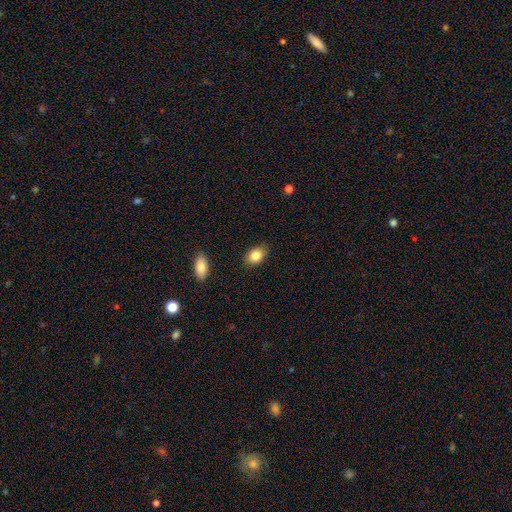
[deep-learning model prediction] A smooth galaxy with no disk features (84%) that is in between round and cigar-shaped (79%). Merging: none (85%).